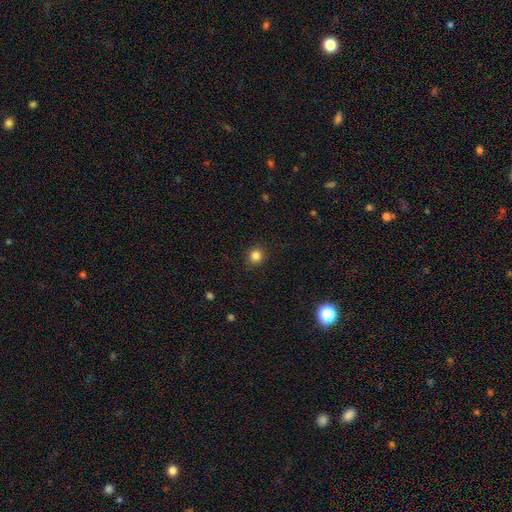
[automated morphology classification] smooth-or-featured: smooth: 83% | star or artifact: 12% | featured or disk: 4%
  how-rounded: round: 88% | in between: 11% | cigar-shaped: 1%
  merging: none: 91% | minor disturbance: 6% | major disturbance: 2% | merger: 1%